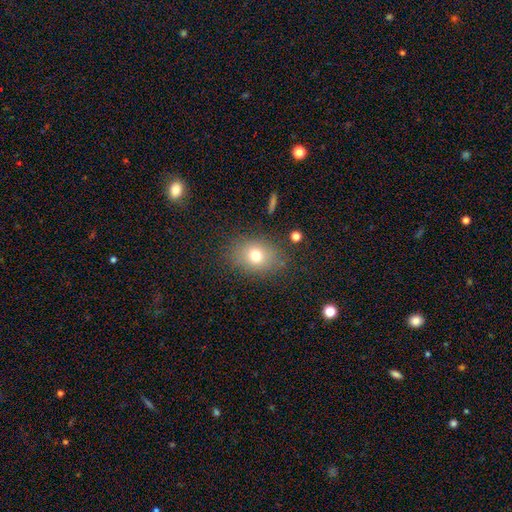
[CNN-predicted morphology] smooth_or_featured: smooth (p=0.73) [alt: star or artifact p=0.13]
how_rounded: in between (p=0.54) [alt: round p=0.45]
merging: none (p=0.81) [alt: minor disturbance p=0.12]